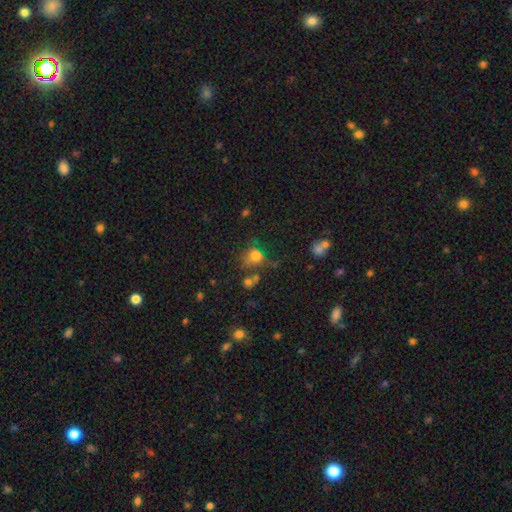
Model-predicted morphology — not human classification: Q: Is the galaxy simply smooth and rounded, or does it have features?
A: smooth — 73%.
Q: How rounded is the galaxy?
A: round — 78%.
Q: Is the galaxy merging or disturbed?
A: none — 52%.